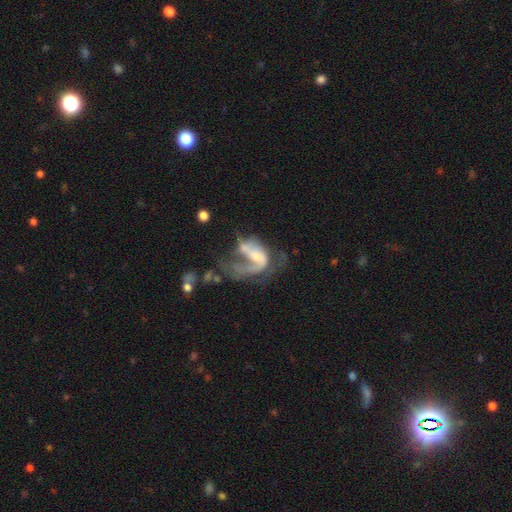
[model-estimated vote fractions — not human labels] Morphology: type=featured or disk (72%); edge-on=no (97%); bar=no (45%); spiral arms=yes (74%); winding=loose (54%); arm count=1 (65%); bulge=small (34%); merging=major disturbance (52%).